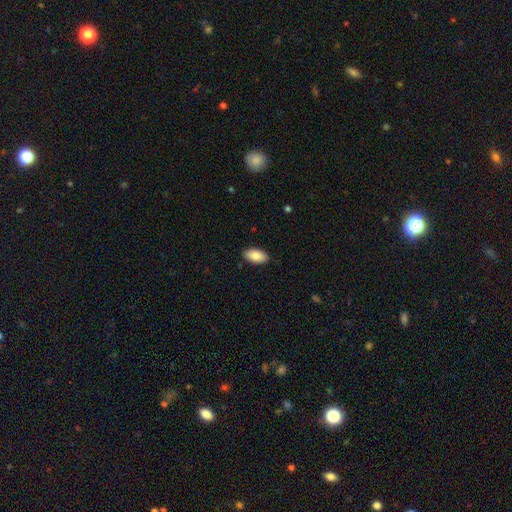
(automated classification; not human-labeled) This appears to be a smooth galaxy with no disk features (85%) that is in between round and cigar-shaped (95%). Merging: none (88%).